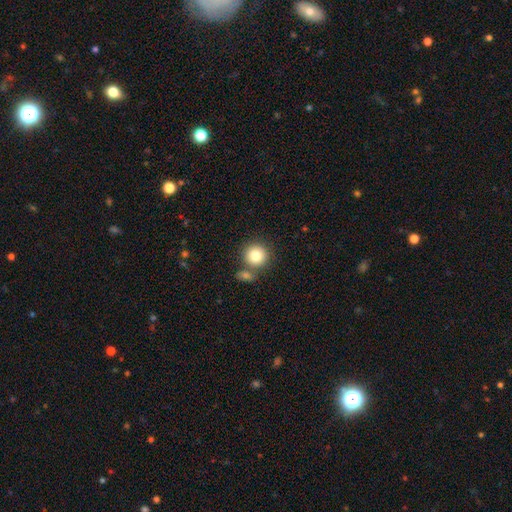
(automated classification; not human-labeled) Overall: smooth (82%). How rounded: round (92%). Merging: none (66%).